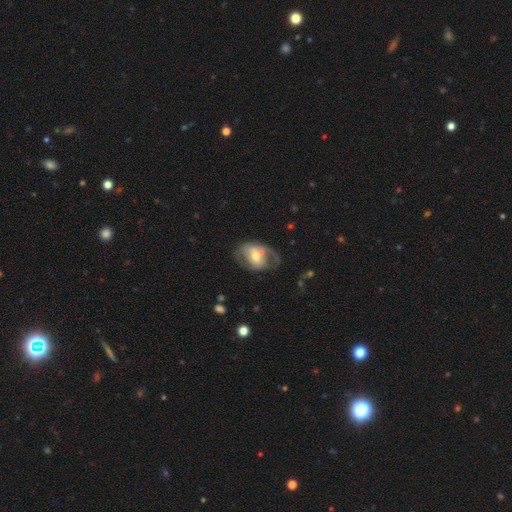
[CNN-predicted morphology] This appears to be a featured or disk galaxy (59%) with no bar (46%), spiral arms (57%) and a moderate central bulge (65%). Merging: none (41%).